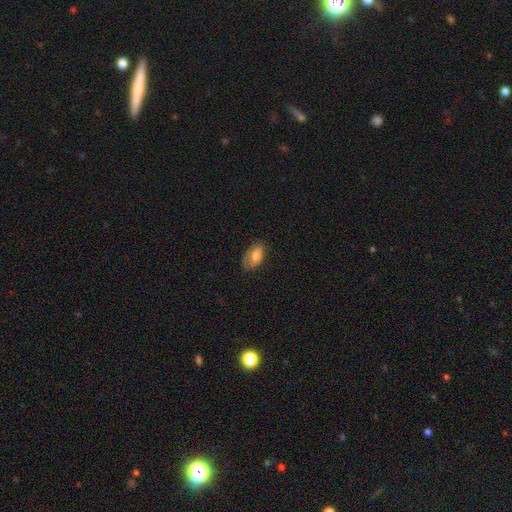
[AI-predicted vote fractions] smooth_or_featured: smooth (p=0.73) [alt: featured or disk p=0.19]
how_rounded: in between (p=0.92) [alt: round p=0.06]
merging: none (p=0.62) [alt: minor disturbance p=0.27]